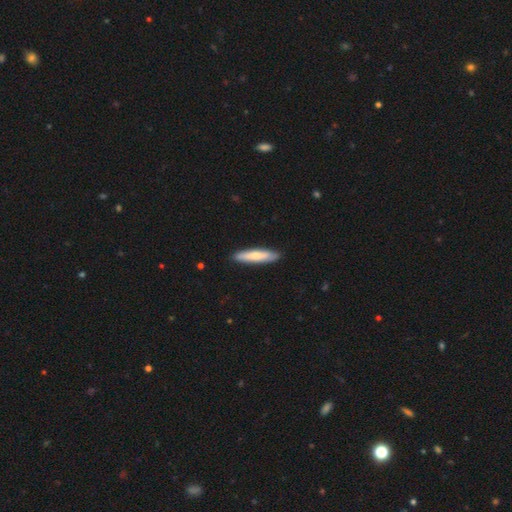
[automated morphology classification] smooth_or_featured: smooth (p=0.70) [alt: featured or disk p=0.26]
how_rounded: cigar-shaped (p=0.85) [alt: in between p=0.13]
merging: none (p=0.90) [alt: minor disturbance p=0.07]